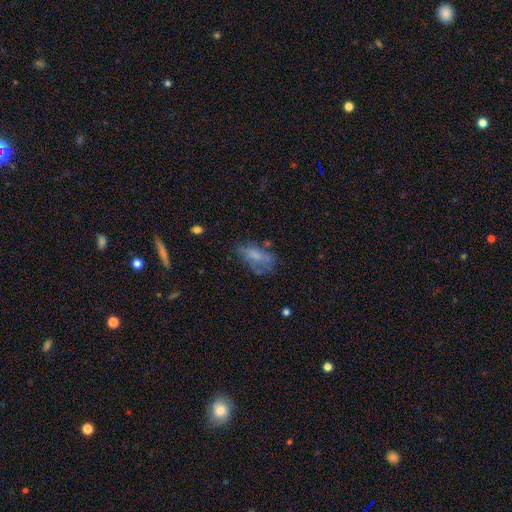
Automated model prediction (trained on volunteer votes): A smooth galaxy with no disk features (59%) that is in between round and cigar-shaped (87%).

Vote fractions:
- Smooth or featured? smooth: 59% / featured or disk: 30% / star or artifact: 11%
- How rounded? in between: 87% / cigar-shaped: 7% / round: 6%
- Merging? none: 44% / minor disturbance: 27% / major disturbance: 23% / merger: 6%